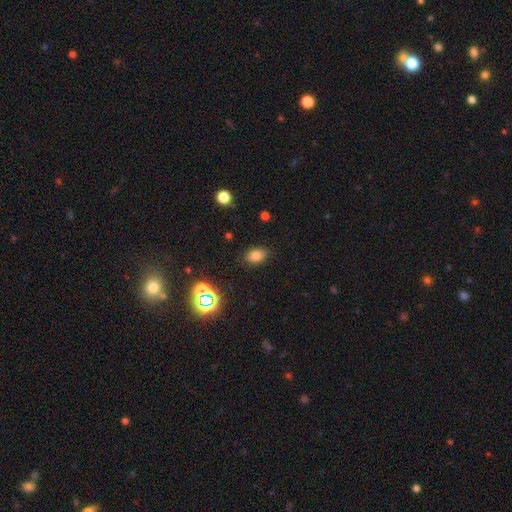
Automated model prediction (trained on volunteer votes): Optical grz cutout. It shows a smooth galaxy with no disk features (77%) that is in between round and cigar-shaped (81%). Merging: none (85%).